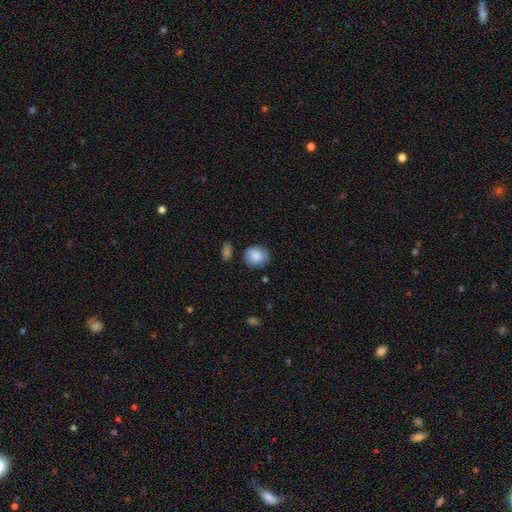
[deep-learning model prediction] Smooth or featured?
  - smooth: 84% *
  - featured or disk: 8%
  - star or artifact: 7%
How rounded?
  - round: 78% *
  - in between: 21%
  - cigar-shaped: 1%
Merging?
  - none: 77% *
  - minor disturbance: 16%
  - major disturbance: 4%
  - merger: 3%